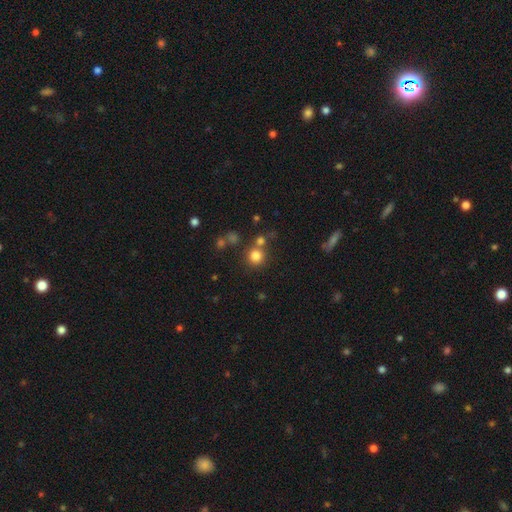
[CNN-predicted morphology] smooth-or-featured: smooth: 79% | star or artifact: 14% | featured or disk: 6%
  how-rounded: round: 92% | in between: 7% | cigar-shaped: 1%
  merging: none: 71% | merger: 17% | minor disturbance: 8% | major disturbance: 4%